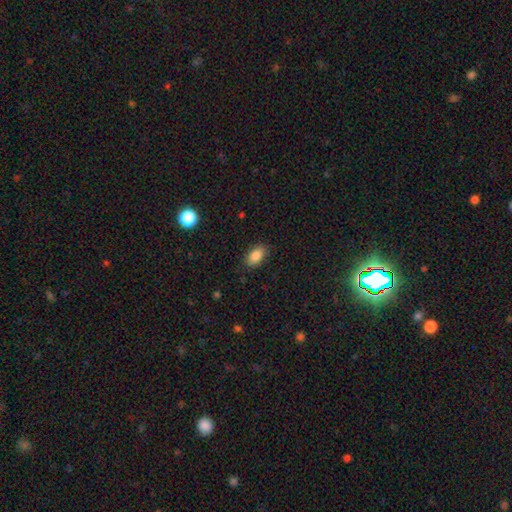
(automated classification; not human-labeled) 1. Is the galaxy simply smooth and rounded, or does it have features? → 87% smooth, 8% star or artifact, 5% featured or disk.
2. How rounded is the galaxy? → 91% in between, 7% round, 2% cigar-shaped.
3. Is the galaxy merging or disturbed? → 86% none, 10% minor disturbance, 3% major disturbance, 1% merger.